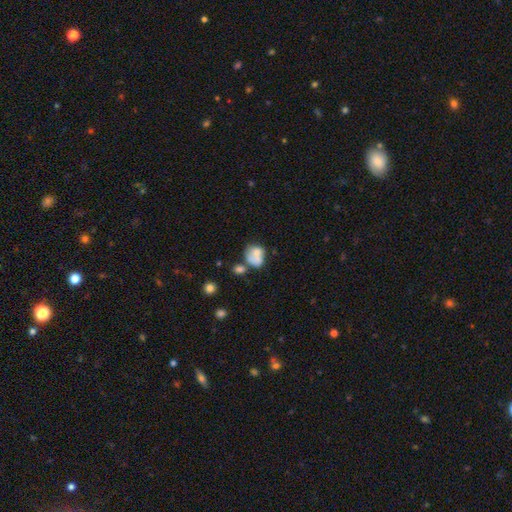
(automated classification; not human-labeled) A smooth galaxy with no disk features (65%) that is in between round and cigar-shaped (51%). Merging: merger (45%).